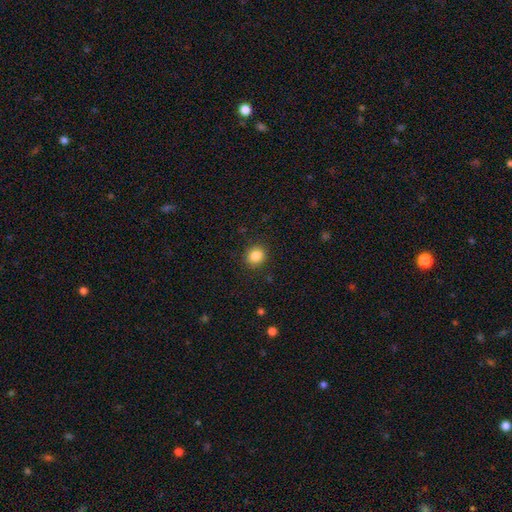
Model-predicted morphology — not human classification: smooth_or_featured: smooth (p=0.86) [alt: star or artifact p=0.10]
how_rounded: round (p=0.80) [alt: in between p=0.19]
merging: none (p=0.89) [alt: minor disturbance p=0.08]